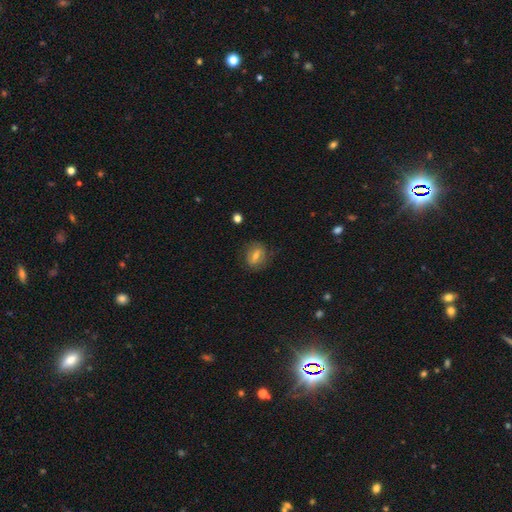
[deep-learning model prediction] The model was most divided on "how rounded": round: 49%, in between: 48%, cigar-shaped: 3%. More confident: merging — none (75%); smooth or featured — smooth (53%).